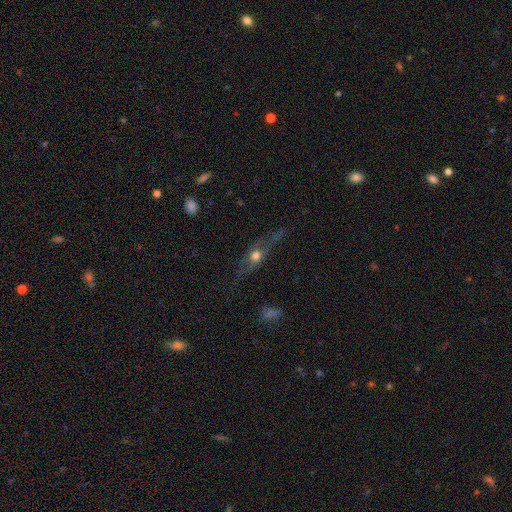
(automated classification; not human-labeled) This appears to be a featured or disk galaxy (63%) viewed edge-on (77%). Merging: none (73%).